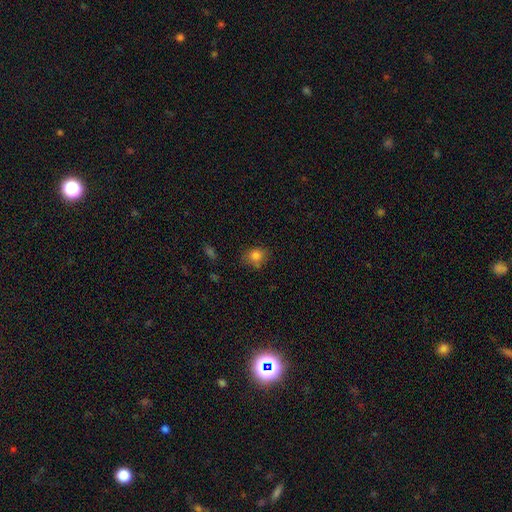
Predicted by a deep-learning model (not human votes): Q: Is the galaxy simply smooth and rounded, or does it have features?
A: smooth — 81%.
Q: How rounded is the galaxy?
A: round — 56%.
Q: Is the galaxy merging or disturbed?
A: none — 70%.